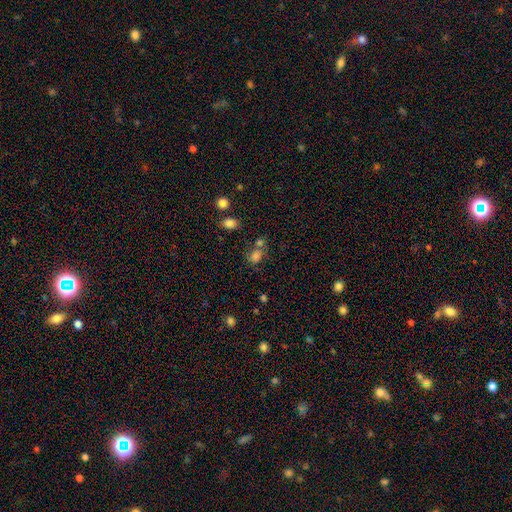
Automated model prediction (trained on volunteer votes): Q: Smooth or featured?
A: smooth (72%); runner-up: star or artifact (17%)
Q: How rounded?
A: in between (60%); runner-up: round (39%)
Q: Merging?
A: none (44%); runner-up: merger (30%)